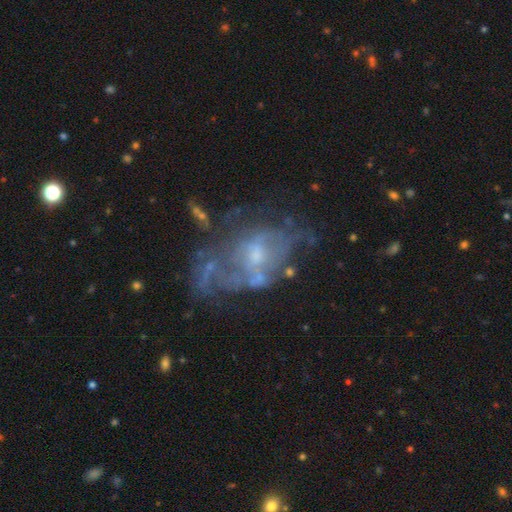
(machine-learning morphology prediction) Smooth or featured? Predicted: featured or disk (p=0.68). Edge-on disk? Predicted: no (p=0.96). Bar? Predicted: no (p=0.73). Spiral arms? Predicted: no (p=0.56). Bulge size? Predicted: small (p=0.53). Merging? Predicted: none (p=0.39).